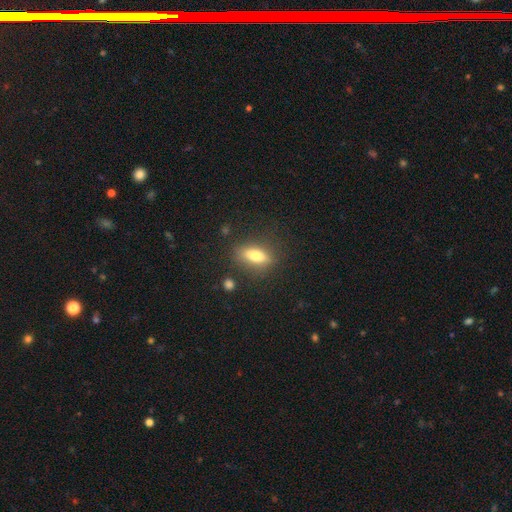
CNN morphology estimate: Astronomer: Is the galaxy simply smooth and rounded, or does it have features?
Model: smooth — 70%.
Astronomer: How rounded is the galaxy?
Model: in between — 68%.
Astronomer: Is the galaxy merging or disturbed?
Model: none — 80%.